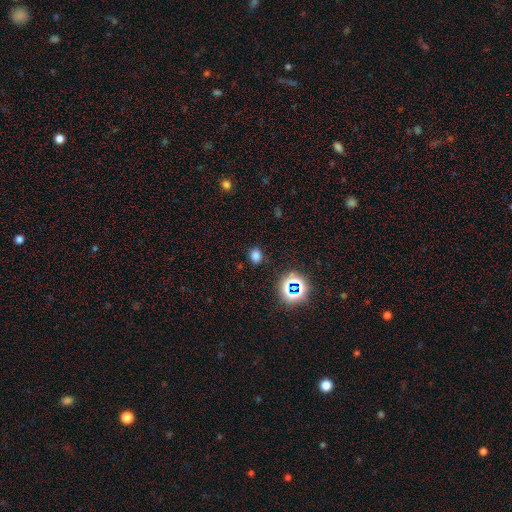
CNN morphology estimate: A smooth galaxy with no disk features (71%) that is round (51%).

Vote fractions:
- Smooth or featured? smooth: 71% / star or artifact: 23% / featured or disk: 6%
- How rounded? round: 51% / in between: 48% / cigar-shaped: 1%
- Merging? none: 85% / minor disturbance: 10% / major disturbance: 3% / merger: 2%